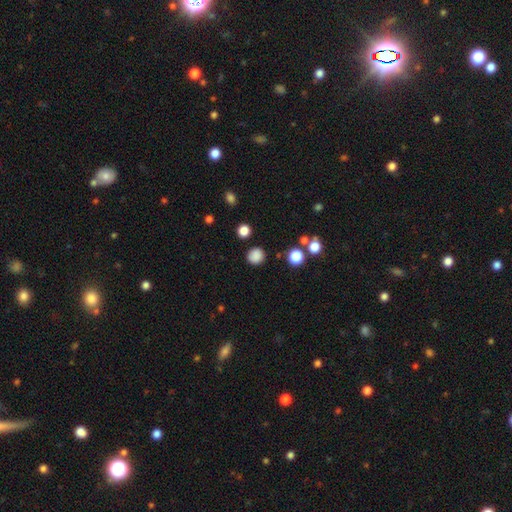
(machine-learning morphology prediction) Smooth or featured? smooth (84%)
How rounded? round (89%)
Merging? none (86%)